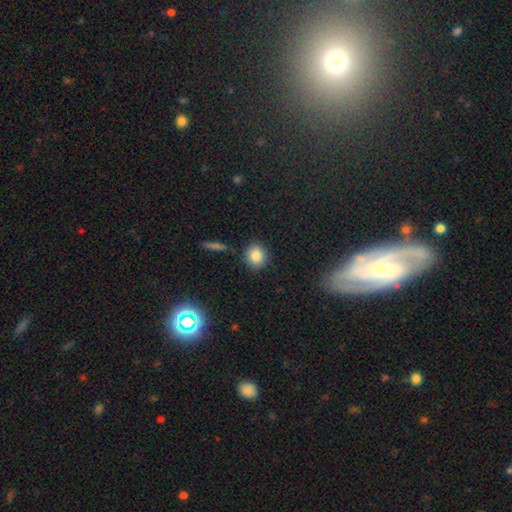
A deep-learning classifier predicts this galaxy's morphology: smooth 85%, star or artifact 10%, featured or disk 6%. Down the decision tree: how rounded — round (79%); merging — none (86%).